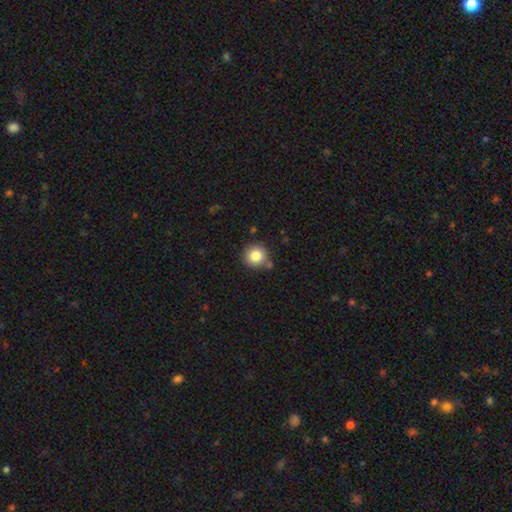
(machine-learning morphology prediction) Overall: smooth (83%). How rounded: round (93%). Merging: none (79%).